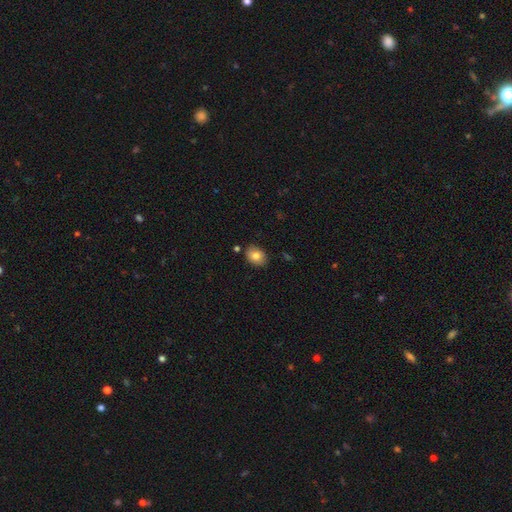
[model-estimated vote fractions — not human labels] Q: Smooth or featured?
A: smooth (81%); runner-up: featured or disk (10%)
Q: How rounded?
A: in between (68%); runner-up: round (31%)
Q: Merging?
A: none (83%); runner-up: minor disturbance (11%)